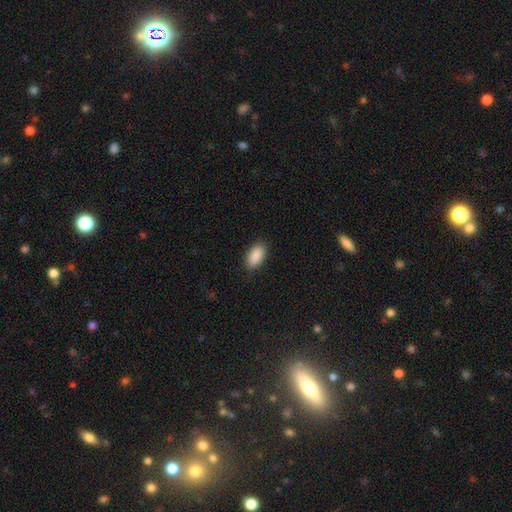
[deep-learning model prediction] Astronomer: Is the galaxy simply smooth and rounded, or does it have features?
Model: smooth — 90%.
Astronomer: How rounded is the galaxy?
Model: in between — 94%.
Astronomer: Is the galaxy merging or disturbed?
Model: none — 87%.